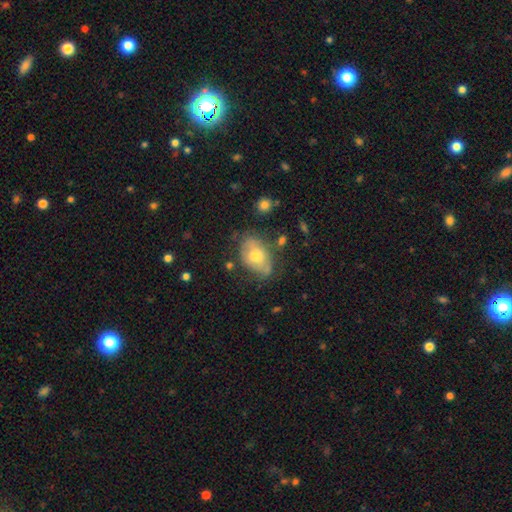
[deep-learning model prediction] Morphology: type=smooth (55%); roundness=in between (84%); merging=none (52%).